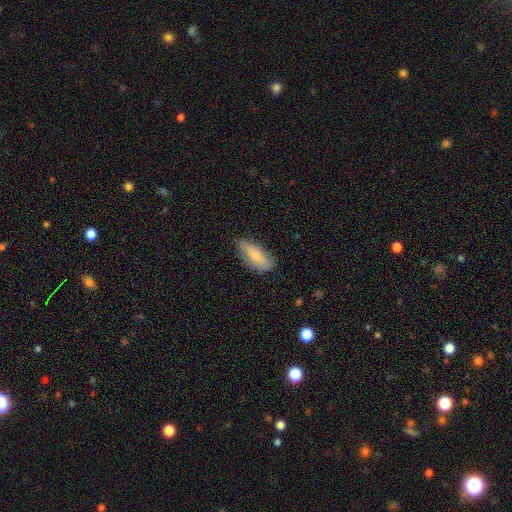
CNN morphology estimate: smooth-or-featured: smooth: 74% | featured or disk: 20% | star or artifact: 6%
  how-rounded: in between: 76% | cigar-shaped: 22% | round: 2%
  merging: none: 72% | minor disturbance: 22% | major disturbance: 4% | merger: 1%